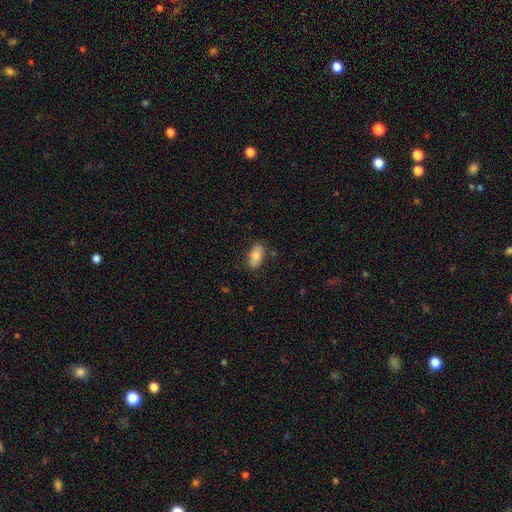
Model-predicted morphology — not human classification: Smooth or featured? smooth (74%)
How rounded? in between (89%)
Merging? none (78%)